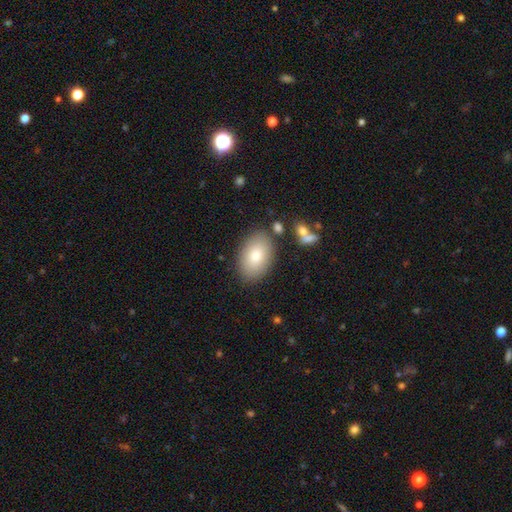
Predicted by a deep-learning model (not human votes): Overall: smooth (79%). How rounded: in between (91%). Merging: none (83%).